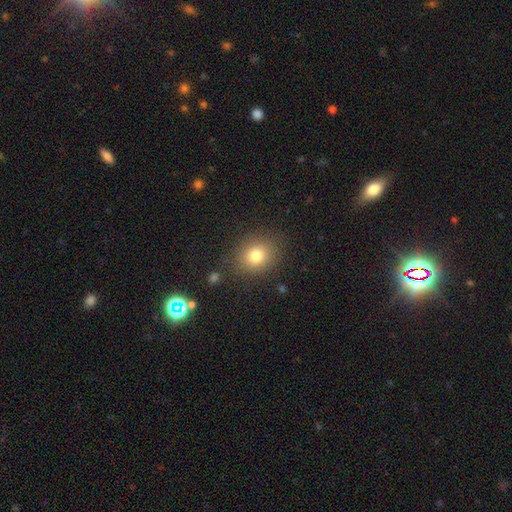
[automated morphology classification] Q: Smooth or featured?
A: smooth (79%); runner-up: star or artifact (13%)
Q: How rounded?
A: round (66%); runner-up: in between (33%)
Q: Merging?
A: none (84%); runner-up: minor disturbance (10%)